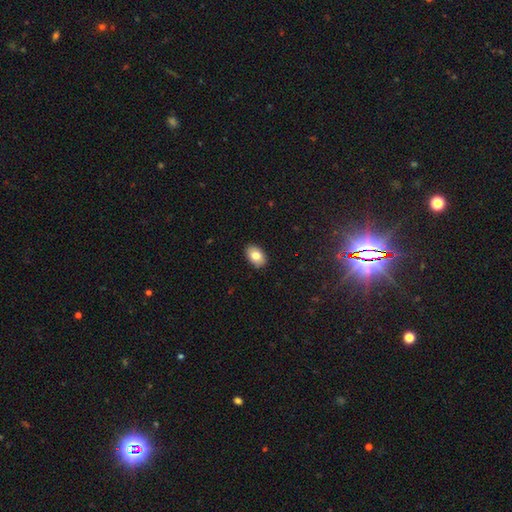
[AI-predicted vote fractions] A smooth galaxy with no disk features (80%) that is in between round and cigar-shaped (88%).

Vote fractions:
- Smooth or featured? smooth: 80% / featured or disk: 12% / star or artifact: 8%
- How rounded? in between: 88% / round: 11% / cigar-shaped: 1%
- Merging? none: 89% / minor disturbance: 8% / major disturbance: 2% / merger: 1%